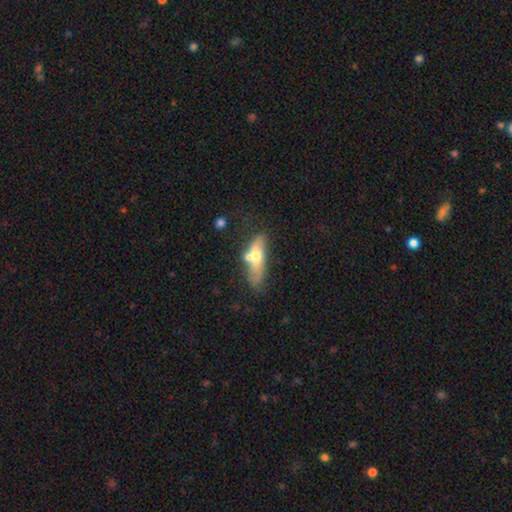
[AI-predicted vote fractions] Smooth or featured?
  - smooth: 54% *
  - featured or disk: 39%
  - star or artifact: 7%
How rounded?
  - in between: 57% *
  - cigar-shaped: 39%
  - round: 4%
Merging?
  - none: 37% *
  - merger: 31%
  - minor disturbance: 20%
  - major disturbance: 12%